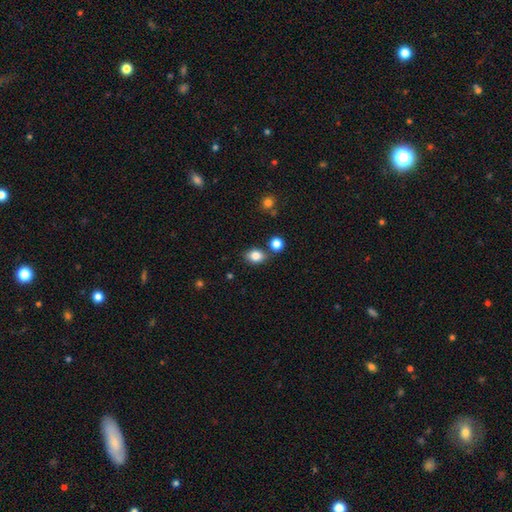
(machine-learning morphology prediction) Q: Smooth or featured?
A: smooth (83%); runner-up: star or artifact (10%)
Q: How rounded?
A: in between (61%); runner-up: round (38%)
Q: Merging?
A: none (74%); runner-up: minor disturbance (12%)